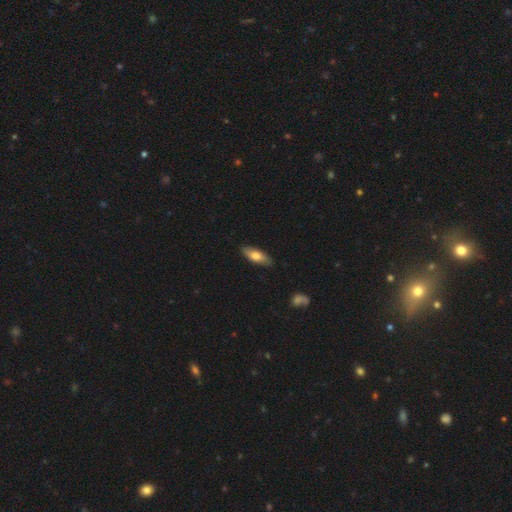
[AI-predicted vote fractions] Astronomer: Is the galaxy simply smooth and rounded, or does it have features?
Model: smooth — 70%.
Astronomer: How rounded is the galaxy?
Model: in between — 67%.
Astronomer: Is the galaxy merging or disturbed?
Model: none — 85%.